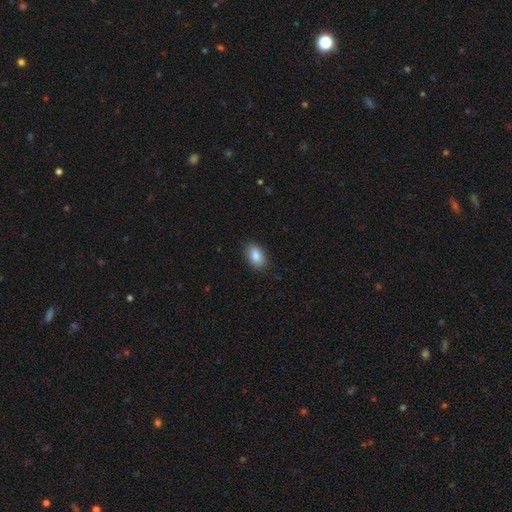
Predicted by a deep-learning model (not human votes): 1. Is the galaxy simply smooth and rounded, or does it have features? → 85% smooth, 7% featured or disk, 7% star or artifact.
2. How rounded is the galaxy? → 89% in between, 9% round, 1% cigar-shaped.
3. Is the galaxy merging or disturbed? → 87% none, 10% minor disturbance, 2% major disturbance, 1% merger.